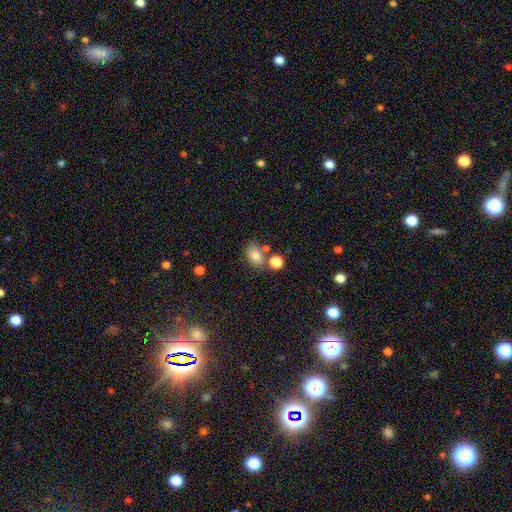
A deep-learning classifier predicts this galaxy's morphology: This appears to be a smooth galaxy with no disk features (79%) that is in between round and cigar-shaped (70%). Merging: none (57%).